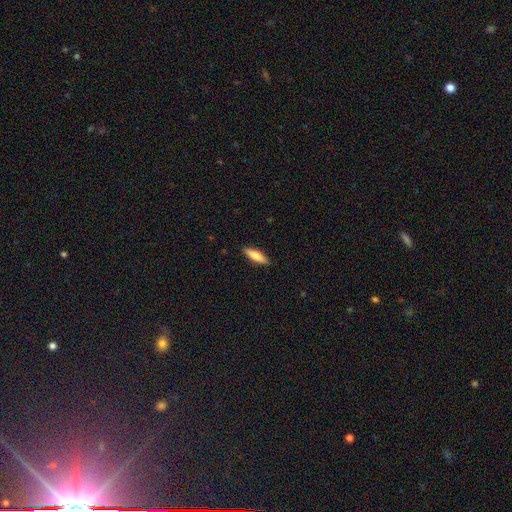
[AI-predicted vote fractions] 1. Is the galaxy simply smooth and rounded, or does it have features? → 75% smooth, 20% featured or disk, 6% star or artifact.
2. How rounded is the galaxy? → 62% cigar-shaped, 36% in between, 2% round.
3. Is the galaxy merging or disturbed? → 90% none, 8% minor disturbance, 2% major disturbance, 1% merger.